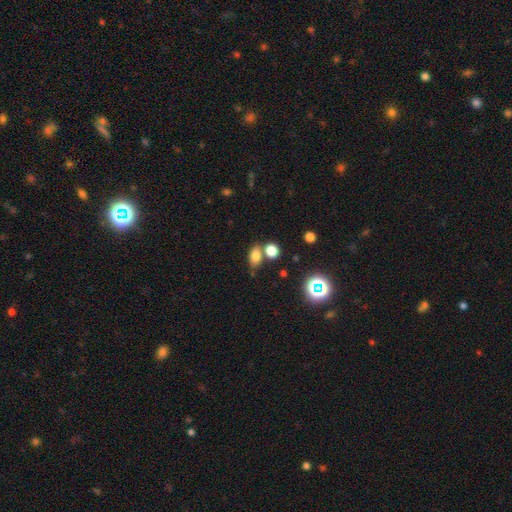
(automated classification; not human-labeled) A smooth galaxy with no disk features (76%) that is in between round and cigar-shaped (79%).

Vote fractions:
- Smooth or featured? smooth: 76% / star or artifact: 15% / featured or disk: 9%
- How rounded? in between: 79% / round: 18% / cigar-shaped: 3%
- Merging? none: 60% / merger: 24% / minor disturbance: 12% / major disturbance: 4%